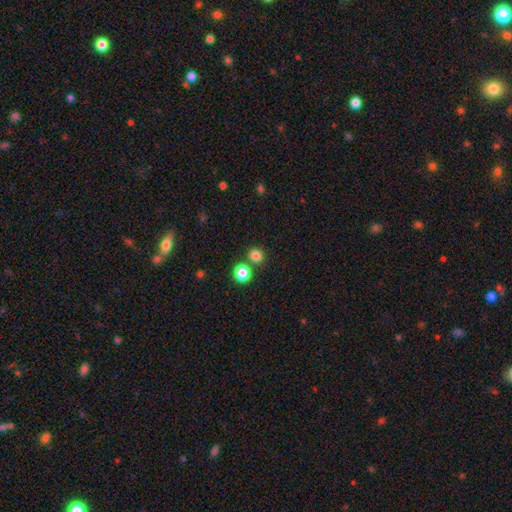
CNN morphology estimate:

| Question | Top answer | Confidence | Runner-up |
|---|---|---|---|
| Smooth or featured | smooth | 80% | star or artifact (15%) |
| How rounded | round | 90% | in between (9%) |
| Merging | none | 79% | merger (13%) |